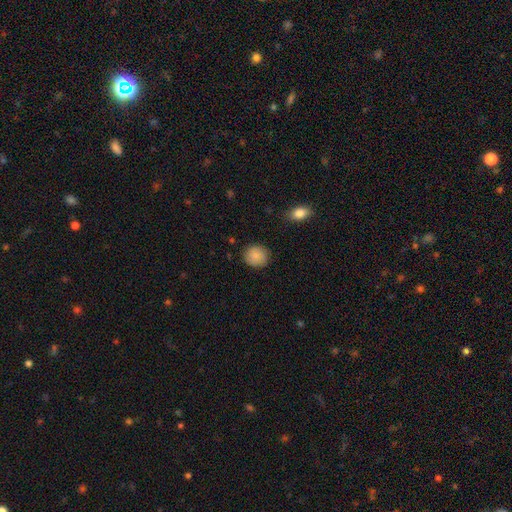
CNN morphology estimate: smooth_or_featured: smooth (p=0.87) [alt: star or artifact p=0.07]
how_rounded: round (p=0.85) [alt: in between p=0.14]
merging: none (p=0.86) [alt: minor disturbance p=0.10]